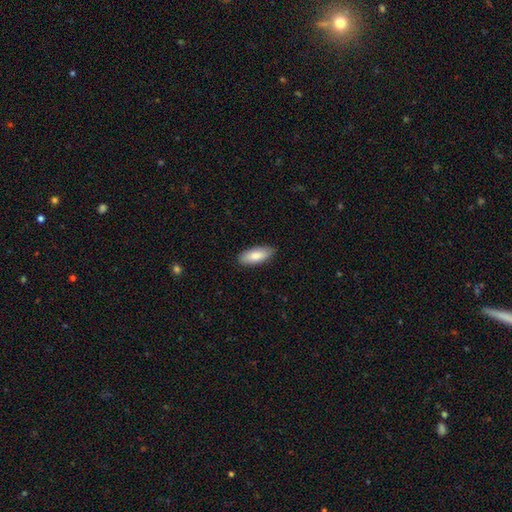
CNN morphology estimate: Smooth or featured? Predicted: smooth (p=0.84). How rounded? Predicted: in between (p=0.80). Merging? Predicted: none (p=0.86).